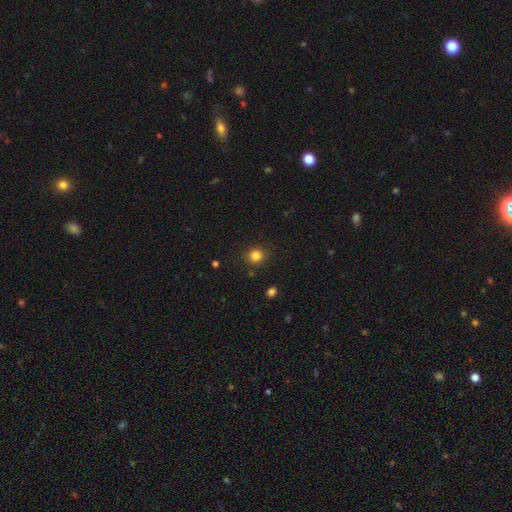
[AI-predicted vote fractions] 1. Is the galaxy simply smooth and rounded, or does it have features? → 83% smooth, 13% star or artifact, 4% featured or disk.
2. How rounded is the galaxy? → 89% round, 10% in between, 1% cigar-shaped.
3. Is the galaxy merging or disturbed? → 89% none, 7% minor disturbance, 2% major disturbance, 2% merger.